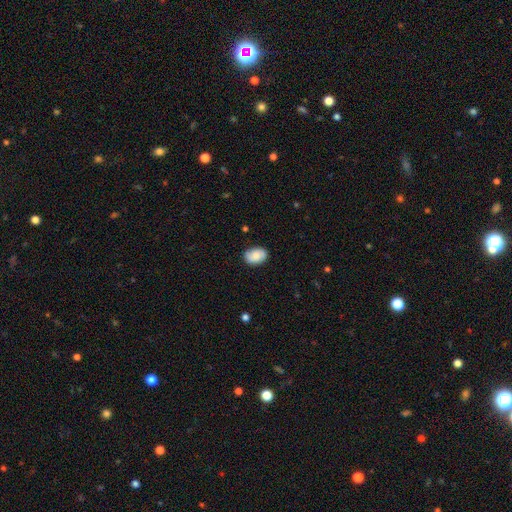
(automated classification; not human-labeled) Smooth or featured?
  - smooth: 72% *
  - featured or disk: 20%
  - star or artifact: 8%
How rounded?
  - in between: 80% *
  - round: 19%
  - cigar-shaped: 1%
Merging?
  - none: 82% *
  - minor disturbance: 14%
  - major disturbance: 3%
  - merger: 1%